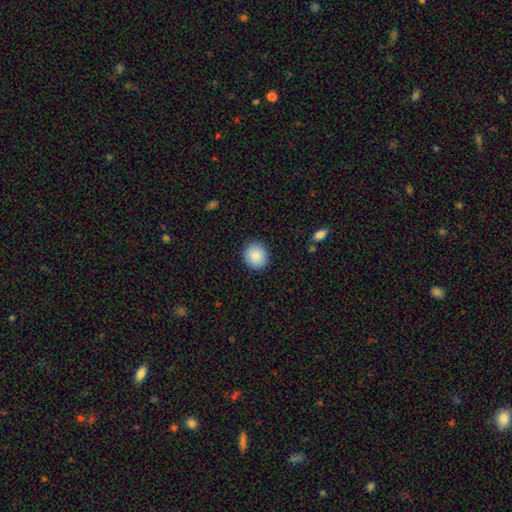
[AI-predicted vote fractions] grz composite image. It shows a smooth galaxy with no disk features (87%) that is round (86%). Merging: none (91%).